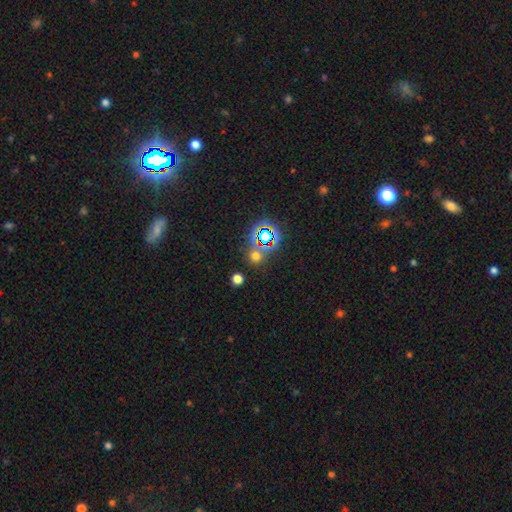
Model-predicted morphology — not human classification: This is possibly a smooth galaxy (49%). Merging: likely none (75%).